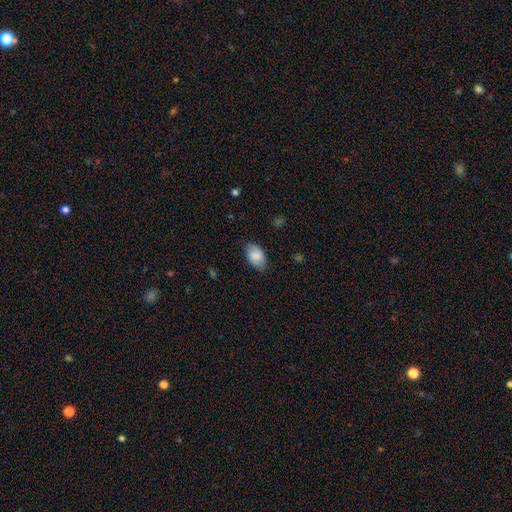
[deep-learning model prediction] Smooth or featured?
  - smooth: 75% *
  - featured or disk: 18%
  - star or artifact: 7%
How rounded?
  - in between: 93% *
  - round: 5%
  - cigar-shaped: 2%
Merging?
  - none: 78% *
  - minor disturbance: 18%
  - major disturbance: 4%
  - merger: 1%